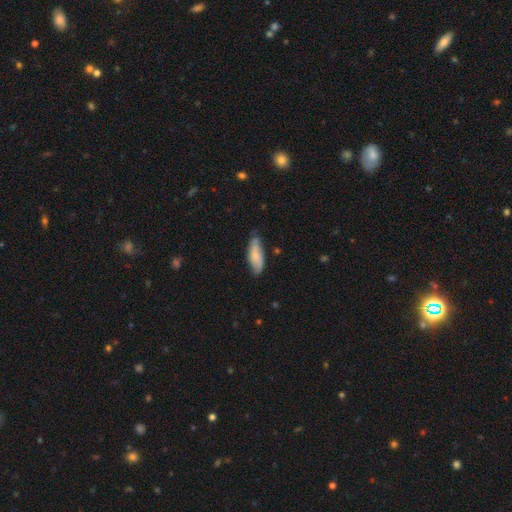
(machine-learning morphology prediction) A smooth galaxy with no disk features (63%) that is in between round and cigar-shaped (63%). Merging: none (71%).